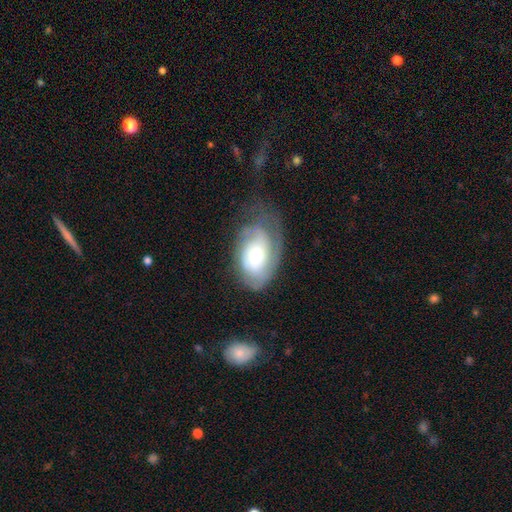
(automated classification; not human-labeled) A featured or disk galaxy (55%) with no bar (75%), spiral arms (66%) and a moderate central bulge (68%).

Vote fractions:
- Smooth or featured? featured or disk: 55% / smooth: 37% / star or artifact: 7%
- Edge-on disk? no: 93% / yes: 7%
- Bar? no: 75% / weak: 20% / strong: 5%
- Spiral arms? yes: 66% / no: 34%
- Bulge size? moderate: 68% / small: 17% / large: 12% / dominant: 1% / none: 1%
- Merging? none: 44% / minor disturbance: 31% / major disturbance: 23% / merger: 2%